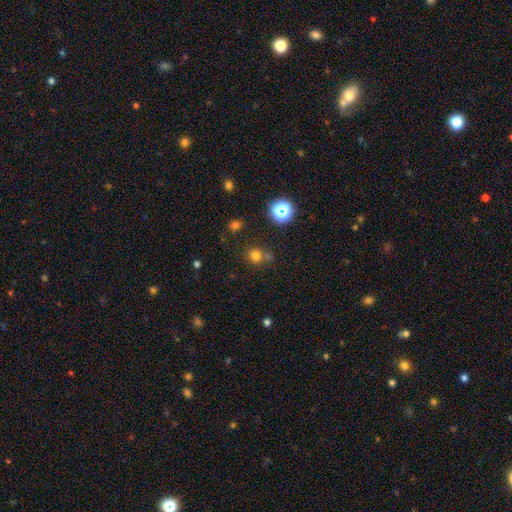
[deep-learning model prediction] This appears to be a smooth galaxy with no disk features (70%) that is round (86%). Merging: none (65%).